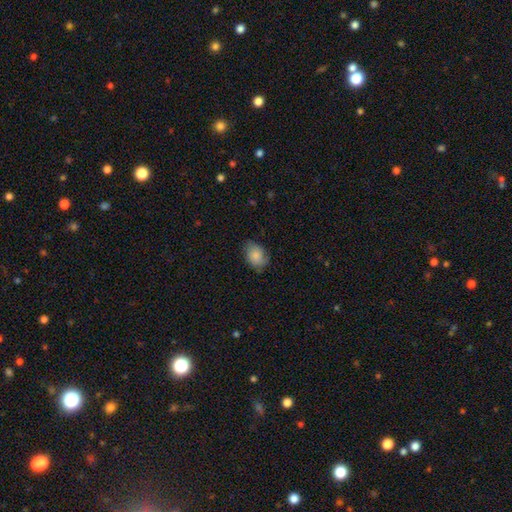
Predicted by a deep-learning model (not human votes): smooth_or_featured: smooth (p=0.83) [alt: featured or disk p=0.10]
how_rounded: in between (p=0.75) [alt: round p=0.24]
merging: none (p=0.68) [alt: minor disturbance p=0.26]